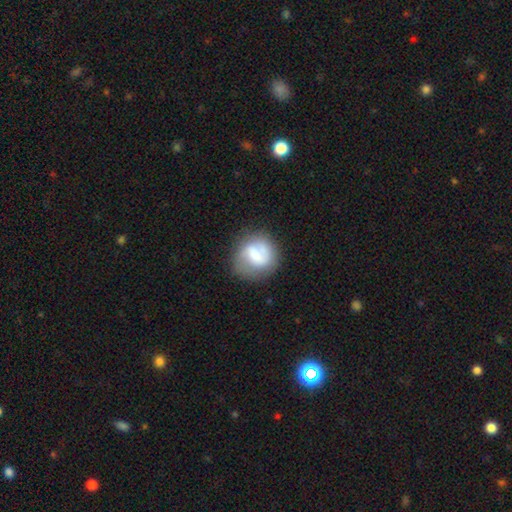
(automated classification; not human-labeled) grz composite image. It shows a featured or disk galaxy (47%). Merging: none (69%).